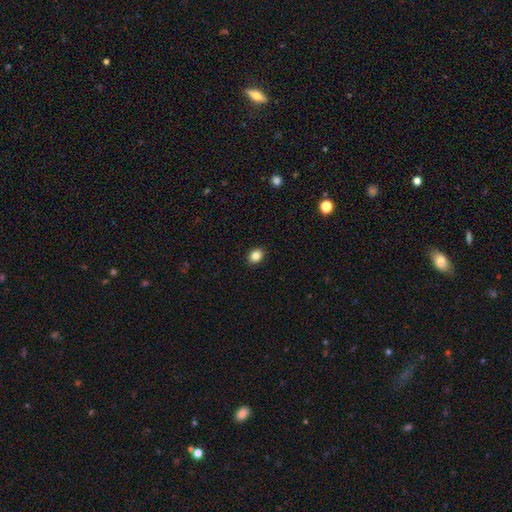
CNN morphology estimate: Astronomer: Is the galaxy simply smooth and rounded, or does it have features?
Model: smooth — 86%.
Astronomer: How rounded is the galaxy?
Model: in between — 58% (runner-up: round, 41%).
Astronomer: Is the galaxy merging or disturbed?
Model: none — 90%.